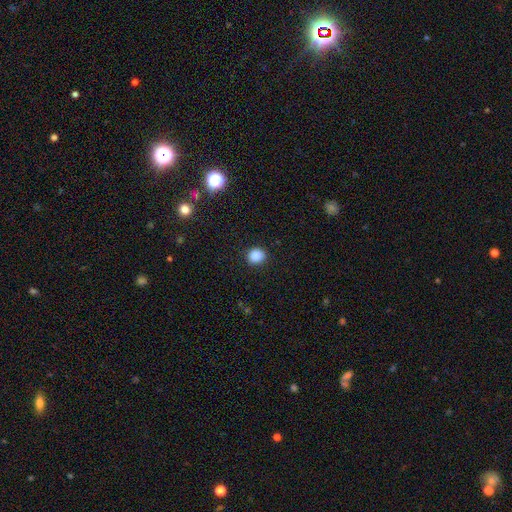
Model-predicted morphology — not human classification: Overall: smooth (87%). How rounded: round (80%). Merging: none (89%).